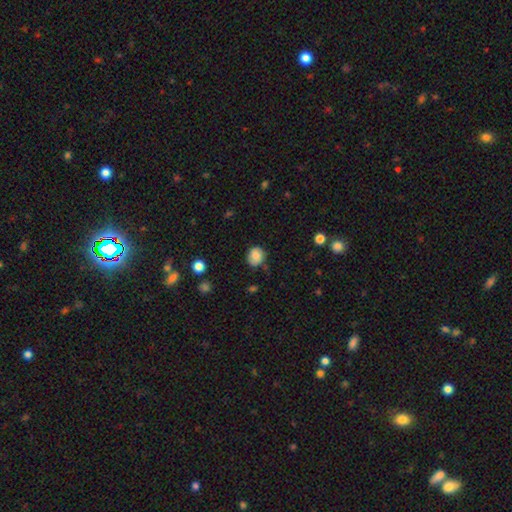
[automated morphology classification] smooth-or-featured: smooth: 79% | featured or disk: 12% | star or artifact: 9%
  how-rounded: round: 71% | in between: 28% | cigar-shaped: 1%
  merging: none: 71% | minor disturbance: 22% | major disturbance: 5% | merger: 2%